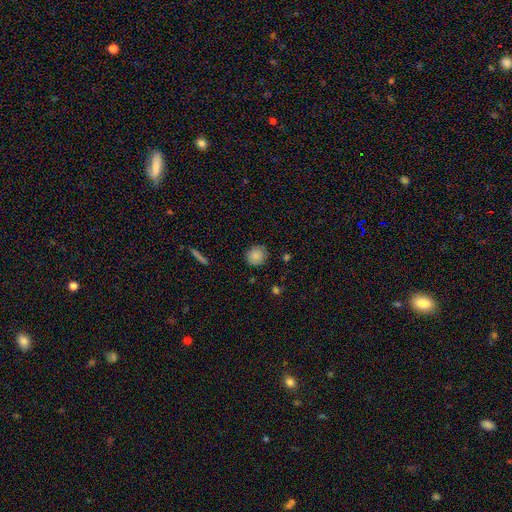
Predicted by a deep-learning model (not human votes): Smooth or featured?
  - smooth: 85% *
  - star or artifact: 8%
  - featured or disk: 6%
How rounded?
  - round: 87% *
  - in between: 12%
  - cigar-shaped: 1%
Merging?
  - none: 84% *
  - minor disturbance: 12%
  - major disturbance: 2%
  - merger: 1%